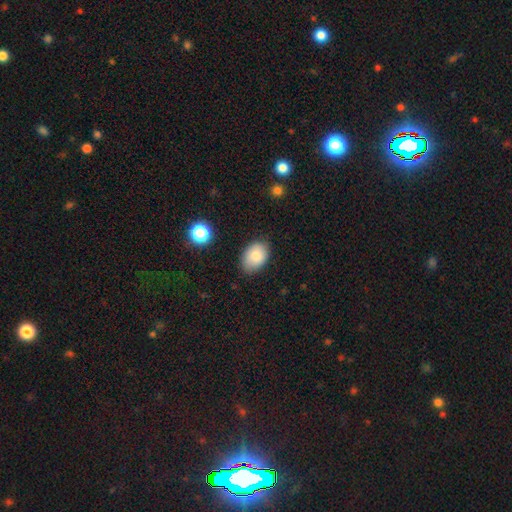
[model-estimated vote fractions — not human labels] Overall: smooth (83%). How rounded: in between (81%). Merging: none (80%).